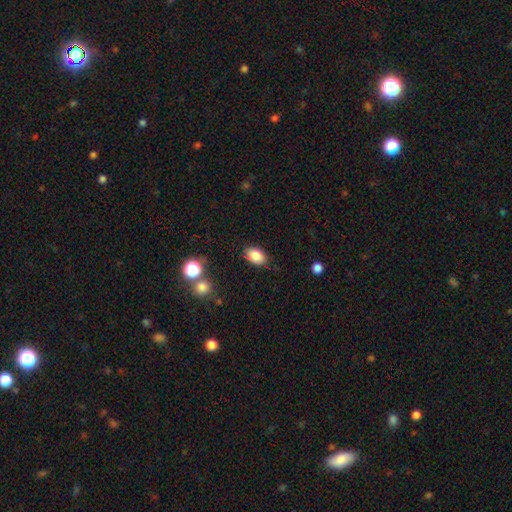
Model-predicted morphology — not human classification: smooth 86%, star or artifact 8%, featured or disk 6%. Down the decision tree: how rounded — in between (87%); merging — none (84%).